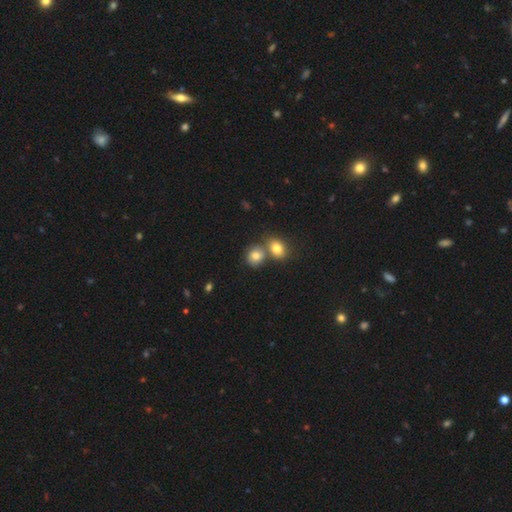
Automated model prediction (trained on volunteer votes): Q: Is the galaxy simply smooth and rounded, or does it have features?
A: smooth — 78%.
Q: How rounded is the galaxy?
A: round — 69%.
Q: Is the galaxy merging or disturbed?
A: none — 48%.